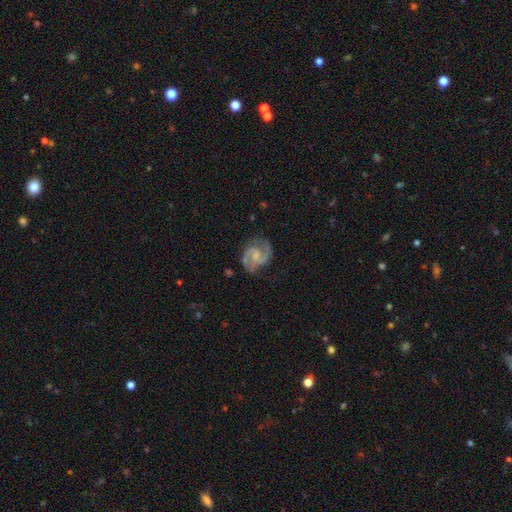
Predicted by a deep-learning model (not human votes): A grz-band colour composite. It shows a featured or disk galaxy (90%) with a weak bar (49%), 2 (93%) medium (61%) spiral arms (98%) and a small central bulge (40%). Merging: none (76%).